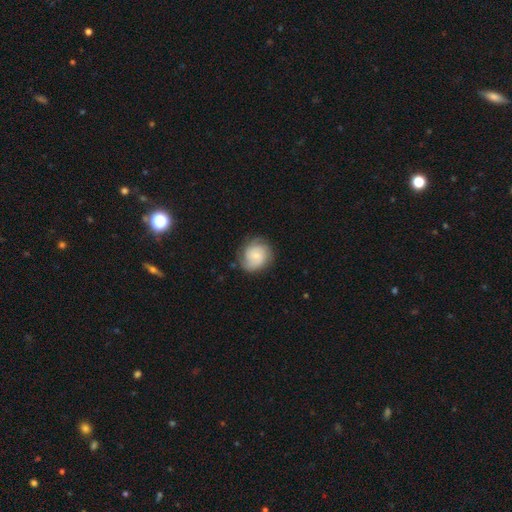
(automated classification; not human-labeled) featured or disk 54%, smooth 38%, star or artifact 7%. Down the decision tree: edge-on disk — no (98%); bar — no (65%); spiral arms — yes (92%); bulge size — small (62%); merging — none (75%).